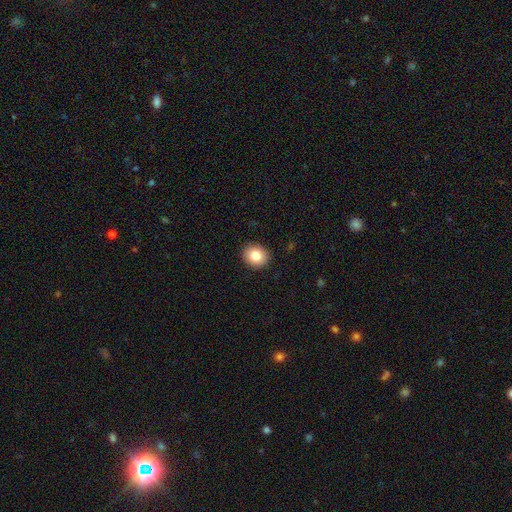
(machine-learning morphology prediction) This appears to be a smooth galaxy with no disk features (84%) that is round (74%). Merging: none (91%).